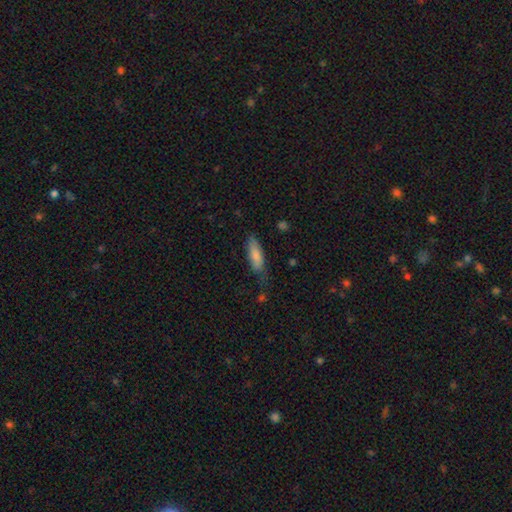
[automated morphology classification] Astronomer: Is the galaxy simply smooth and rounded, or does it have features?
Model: smooth — 82%.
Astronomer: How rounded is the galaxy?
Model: in between — 57% (runner-up: cigar-shaped, 41%).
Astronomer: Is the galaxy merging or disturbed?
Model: none — 63%.